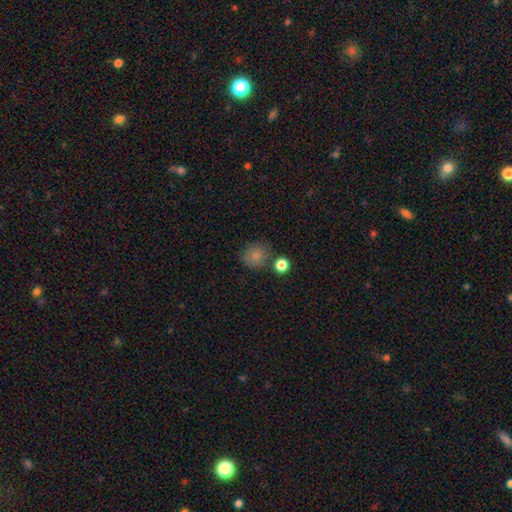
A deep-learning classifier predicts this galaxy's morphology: Smooth or featured? smooth (82%)
How rounded? round (79%)
Merging? none (75%)